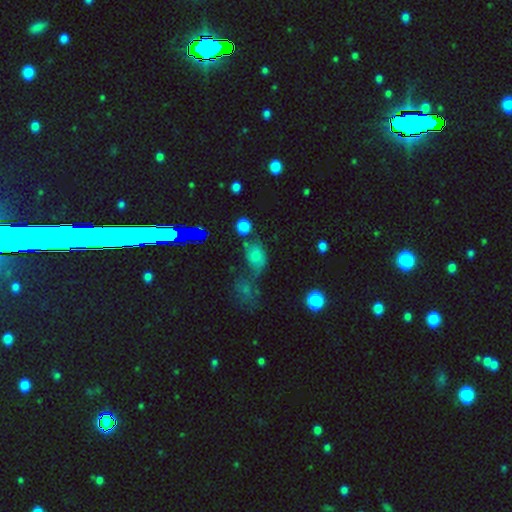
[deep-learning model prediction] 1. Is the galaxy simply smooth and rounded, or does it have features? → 60% smooth, 20% featured or disk, 20% star or artifact.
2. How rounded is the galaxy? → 69% in between, 29% round, 3% cigar-shaped.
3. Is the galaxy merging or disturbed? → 32% none, 27% merger, 21% major disturbance, 19% minor disturbance.